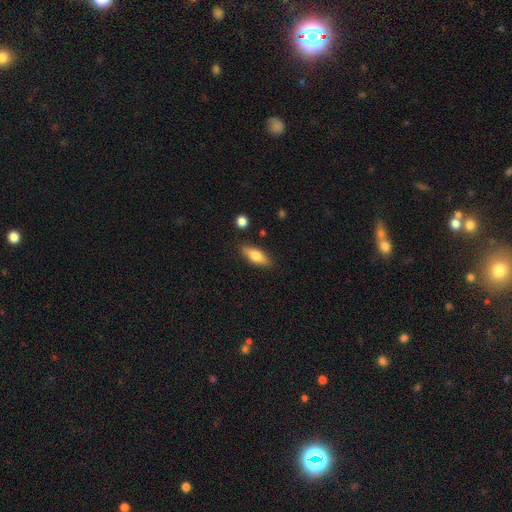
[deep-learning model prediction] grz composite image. It shows a smooth galaxy with no disk features (69%) that is in between round and cigar-shaped (65%). Merging: none (85%).